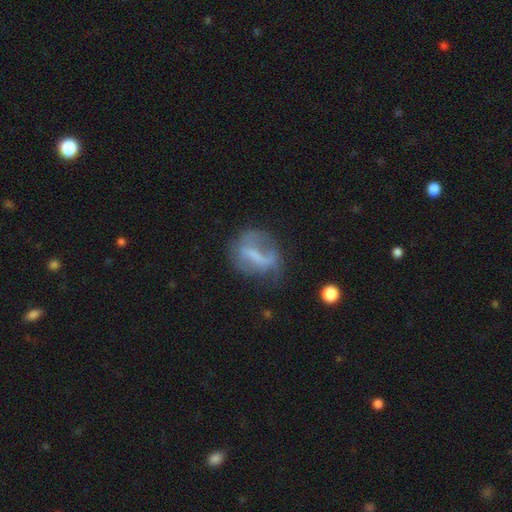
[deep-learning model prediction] featured or disk 51%, smooth 38%, star or artifact 11%. Down the decision tree: edge-on disk — no (92%); merging — none (45%).